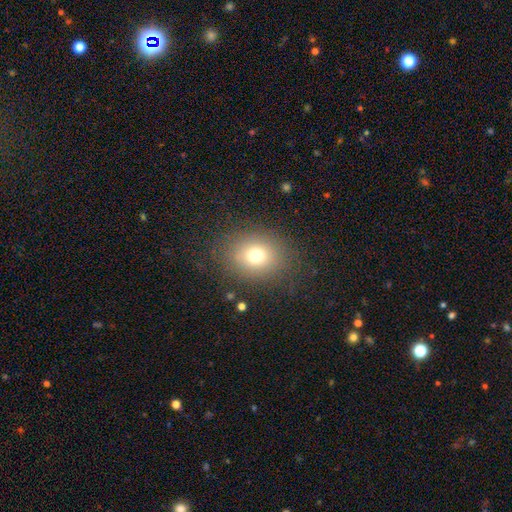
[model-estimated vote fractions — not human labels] Q: Smooth or featured?
A: smooth (72%); runner-up: star or artifact (17%)
Q: How rounded?
A: round (68%); runner-up: in between (31%)
Q: Merging?
A: none (82%); runner-up: minor disturbance (10%)